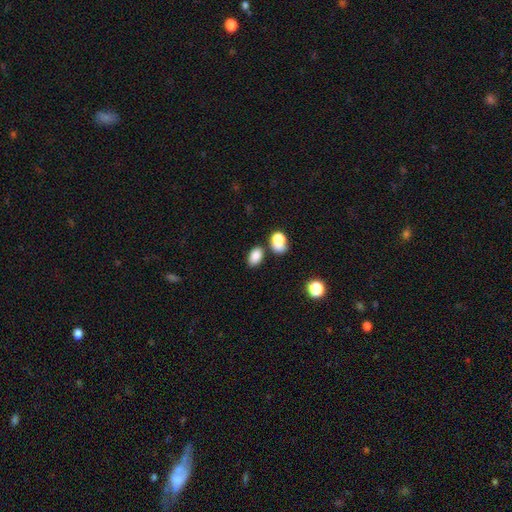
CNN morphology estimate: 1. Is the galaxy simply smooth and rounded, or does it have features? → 84% smooth, 10% star or artifact, 6% featured or disk.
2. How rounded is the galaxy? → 87% in between, 12% round, 1% cigar-shaped.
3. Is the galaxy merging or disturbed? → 69% none, 14% minor disturbance, 13% merger, 4% major disturbance.